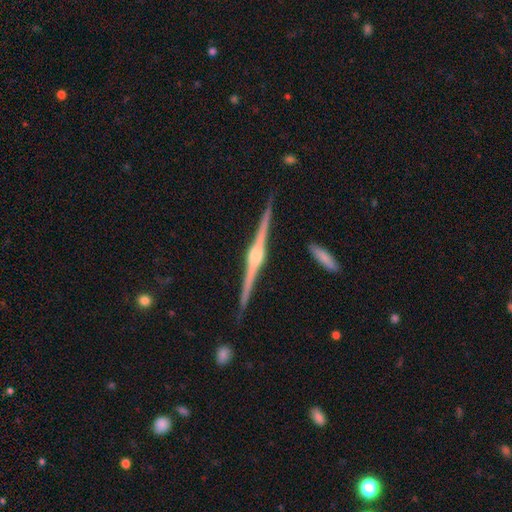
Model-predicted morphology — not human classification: The model was most divided on "edge-on bulge": rounded: 87%, boxy: 9%, none: 4%. More confident: edge-on disk — yes (99%); merging — none (91%); smooth or featured — featured or disk (90%).